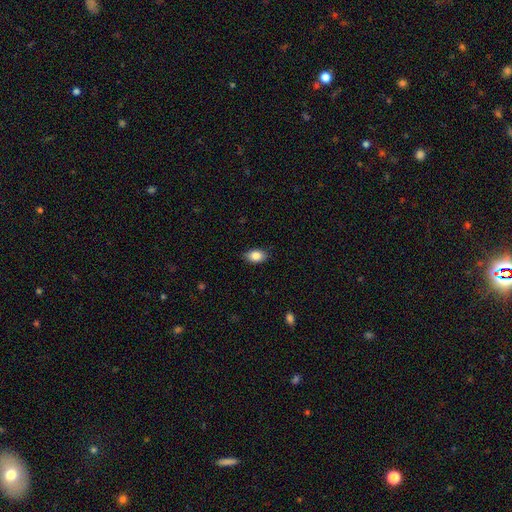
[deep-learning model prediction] This appears to be a smooth galaxy with no disk features (86%) that is in between round and cigar-shaped (86%). Merging: none (86%).